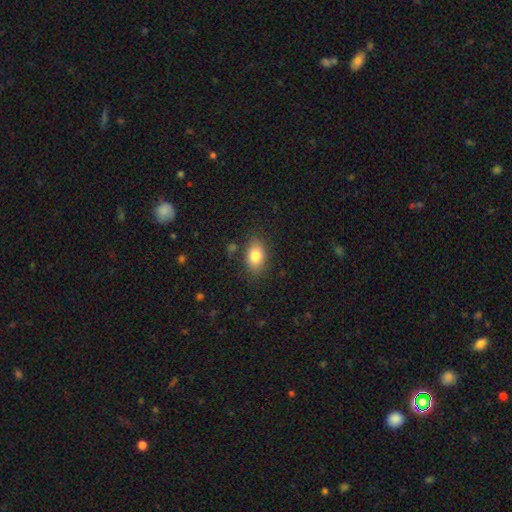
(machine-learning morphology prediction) A smooth galaxy with no disk features (81%) that is in between round and cigar-shaped (83%). Merging: none (82%).